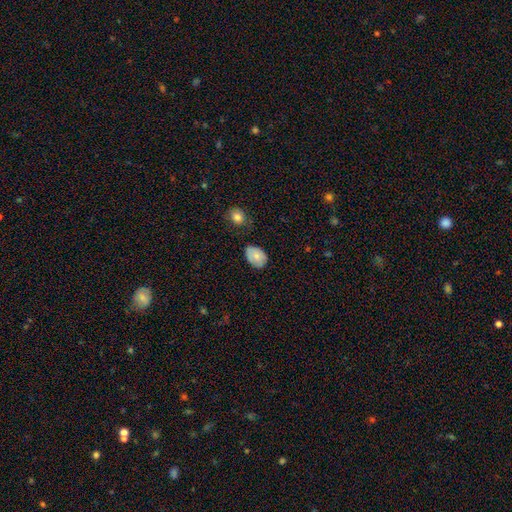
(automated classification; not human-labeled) smooth_or_featured: smooth (p=0.76) [alt: featured or disk p=0.17]
how_rounded: in between (p=0.77) [alt: round p=0.21]
merging: none (p=0.63) [alt: minor disturbance p=0.29]